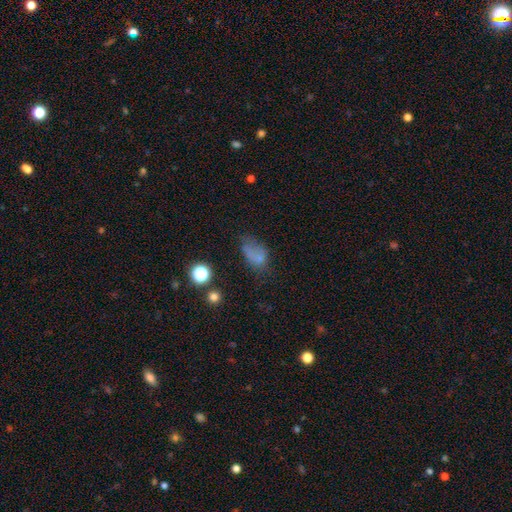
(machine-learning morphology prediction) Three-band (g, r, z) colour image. It shows a smooth galaxy with no disk features (63%) that is in between round and cigar-shaped (83%). Merging: none (34%).